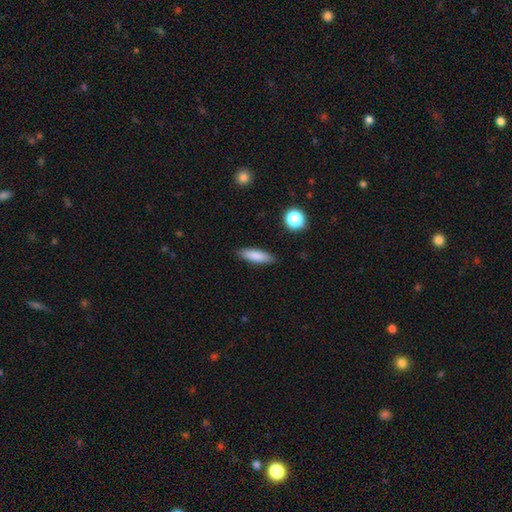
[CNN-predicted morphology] The model was most divided on "how rounded": cigar-shaped: 57%, in between: 41%, round: 2%. More confident: merging — none (88%); smooth or featured — smooth (84%).